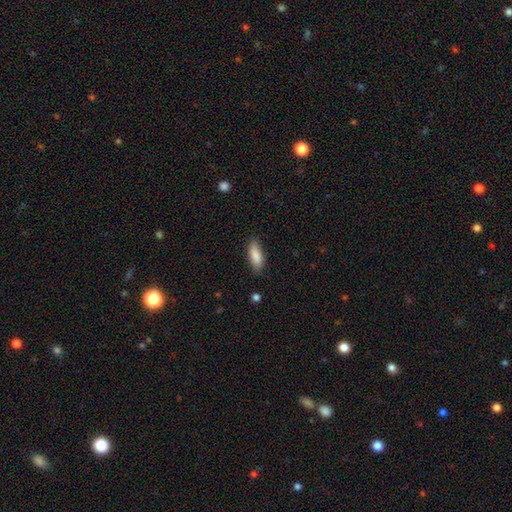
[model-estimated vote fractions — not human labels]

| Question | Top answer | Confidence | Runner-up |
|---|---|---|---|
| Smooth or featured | smooth | 86% | featured or disk (7%) |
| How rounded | in between | 70% | cigar-shaped (28%) |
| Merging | none | 82% | minor disturbance (14%) |